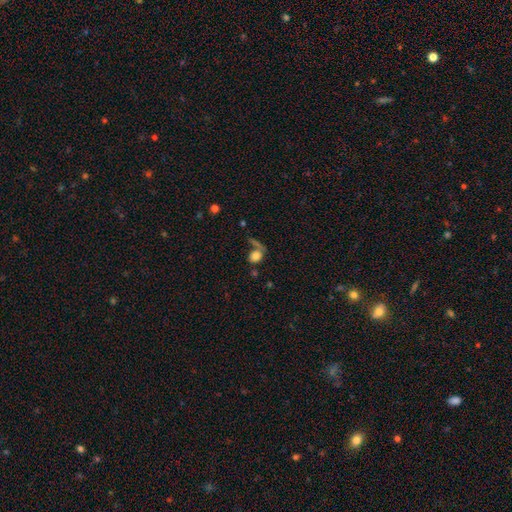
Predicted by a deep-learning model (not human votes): A smooth galaxy with no disk features (78%) that is in between round and cigar-shaped (55%). Merging: none (45%).